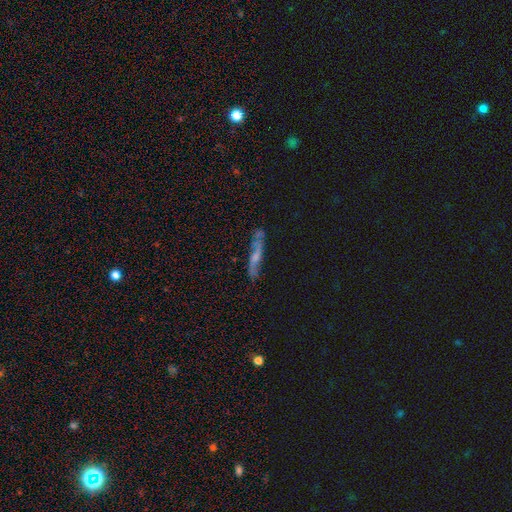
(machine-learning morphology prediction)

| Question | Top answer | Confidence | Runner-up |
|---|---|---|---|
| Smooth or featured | featured or disk | 61% | smooth (29%) |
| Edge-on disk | yes | 58% | no (42%) |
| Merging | none | 70% | minor disturbance (20%) |